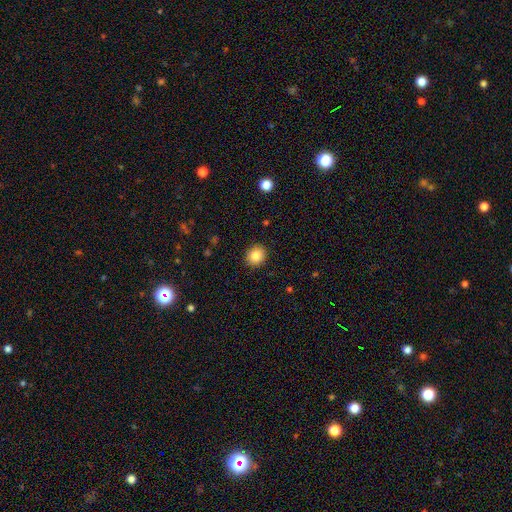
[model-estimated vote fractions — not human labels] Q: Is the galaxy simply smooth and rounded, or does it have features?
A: smooth — 85%.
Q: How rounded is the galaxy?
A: round — 77%.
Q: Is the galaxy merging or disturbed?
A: none — 89%.